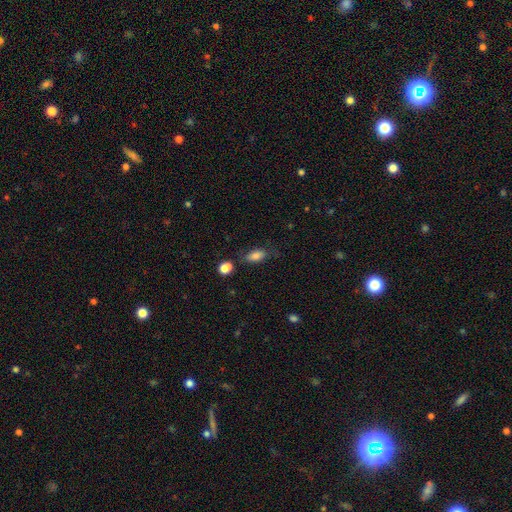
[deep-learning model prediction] The model was most divided on "merging": none: 65%, minor disturbance: 21%, major disturbance: 7%, merger: 7%. More confident: how rounded — in between (86%); smooth or featured — smooth (82%).